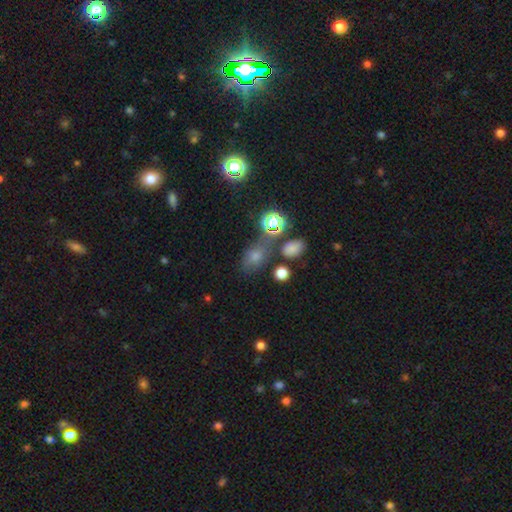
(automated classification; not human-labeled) This is possibly a smooth galaxy (46%). Merging: likely none (67%).